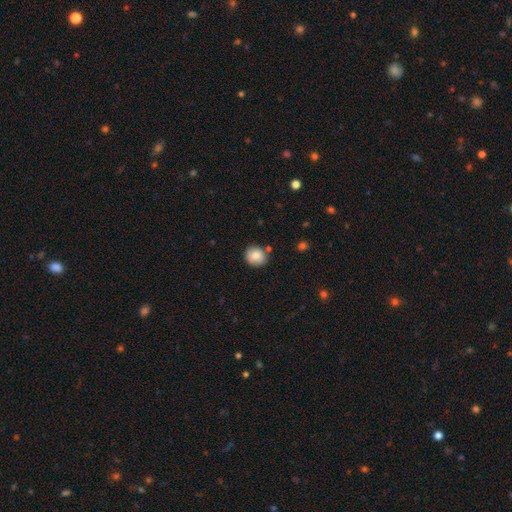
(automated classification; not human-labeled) Smooth or featured?
  - smooth: 84% *
  - featured or disk: 8%
  - star or artifact: 8%
How rounded?
  - round: 86% *
  - in between: 13%
  - cigar-shaped: 1%
Merging?
  - none: 83% *
  - minor disturbance: 11%
  - merger: 4%
  - major disturbance: 2%